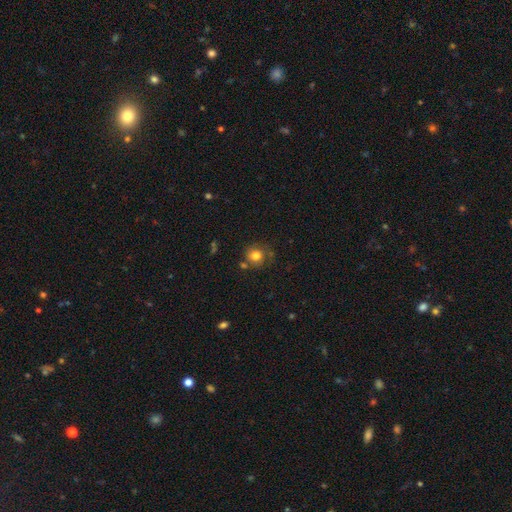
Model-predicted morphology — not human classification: smooth 79%, star or artifact 11%, featured or disk 10%. Down the decision tree: how rounded — round (87%); merging — none (70%).